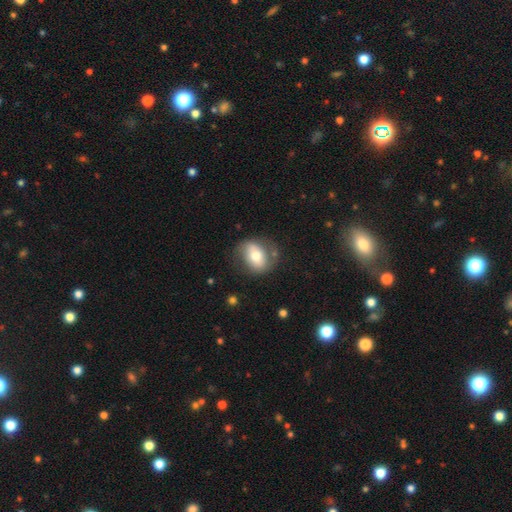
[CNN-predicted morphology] smooth 59%, featured or disk 34%, star or artifact 7%. Down the decision tree: how rounded — in between (62%); merging — none (69%).